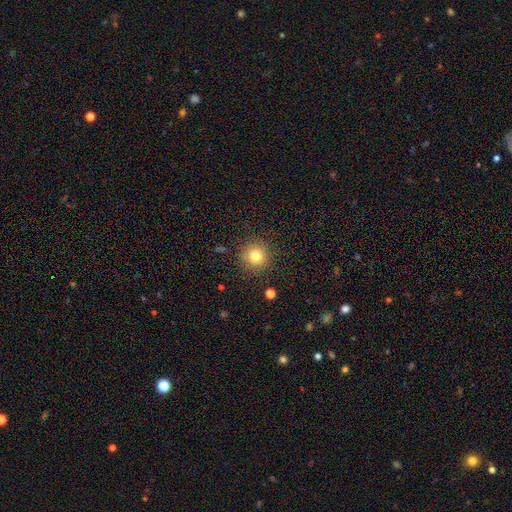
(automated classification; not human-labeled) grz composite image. It shows a smooth galaxy with no disk features (78%) that is round (94%). Merging: none (88%).